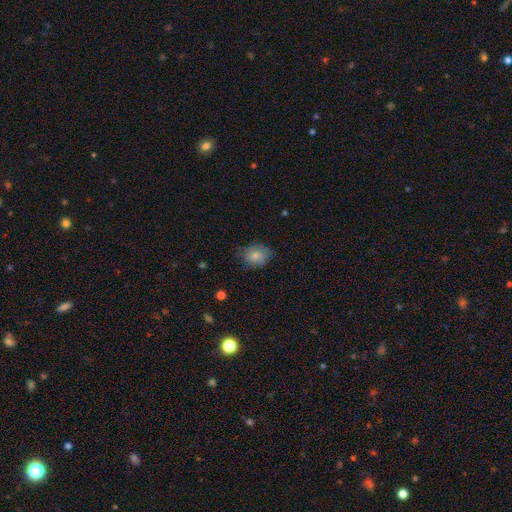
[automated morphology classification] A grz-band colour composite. It shows a smooth galaxy with no disk features (82%) that is in between round and cigar-shaped (53%). Merging: none (72%).